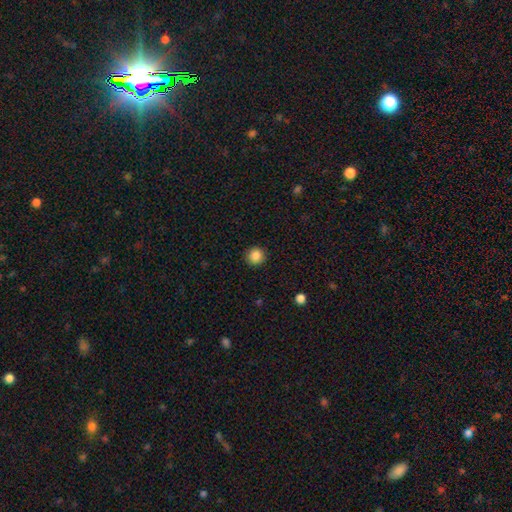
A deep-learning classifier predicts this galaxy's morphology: This appears to be a smooth galaxy with no disk features (87%) that is round (94%). Merging: none (91%).